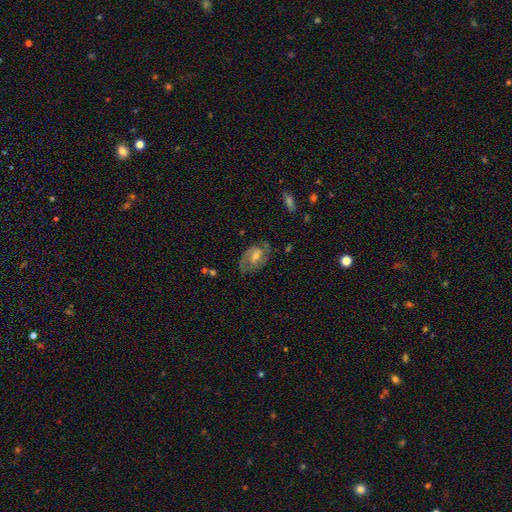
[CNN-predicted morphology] featured or disk 75%, smooth 17%, star or artifact 8%. Down the decision tree: edge-on disk — no (96%); bar — weak (50%); spiral arms — yes (90%); spiral arm count — 2 (80%); spiral winding — medium (48%); bulge size — moderate (54%); merging — none (73%).